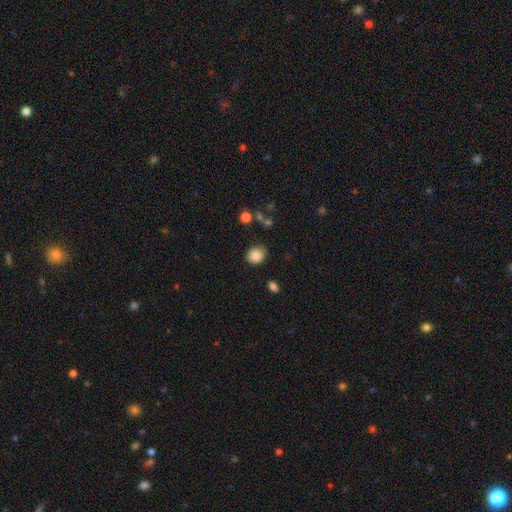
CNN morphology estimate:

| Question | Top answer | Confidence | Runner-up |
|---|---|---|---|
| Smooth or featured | smooth | 86% | star or artifact (9%) |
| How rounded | round | 68% | in between (31%) |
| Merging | none | 73% | minor disturbance (20%) |